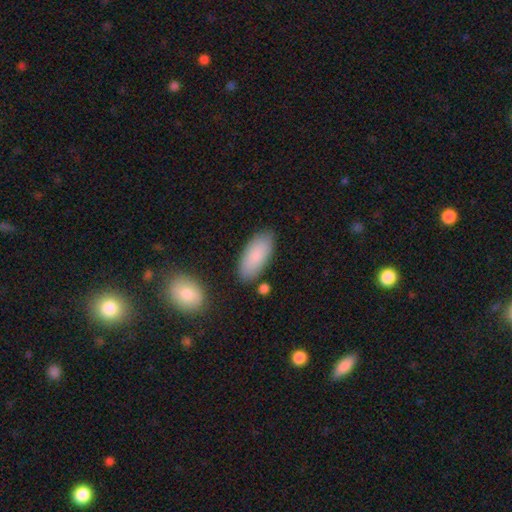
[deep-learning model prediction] The model was most divided on "merging": none: 81%, minor disturbance: 12%, merger: 4%, major disturbance: 3%. More confident: how rounded — in between (89%); smooth or featured — smooth (87%).